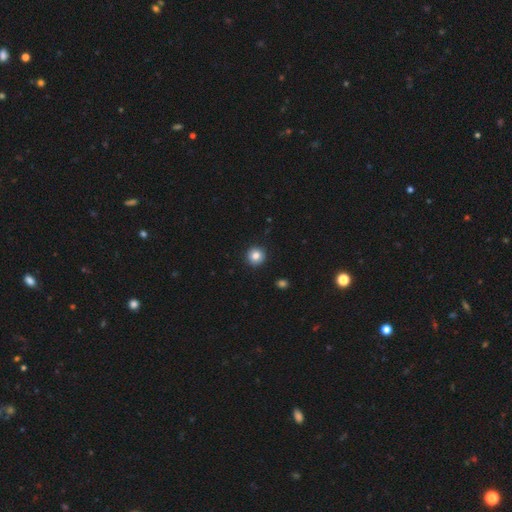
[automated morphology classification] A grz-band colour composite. It shows a smooth galaxy with no disk features (83%) that is round (95%). Merging: none (93%).